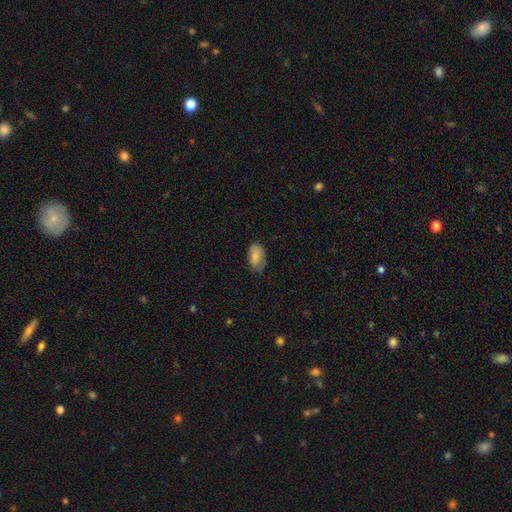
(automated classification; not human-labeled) Overall: smooth (83%). How rounded: in between (93%). Merging: none (66%; minor disturbance 28%).